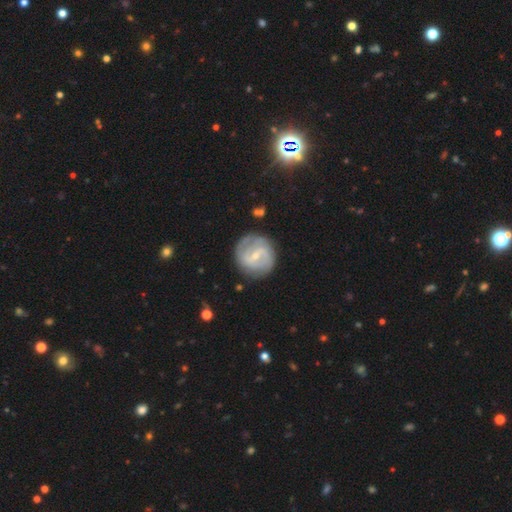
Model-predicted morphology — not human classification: type=featured or disk (73%); edge-on=no (97%); bar=weak (55%); spiral arms=yes (86%); winding=tight (42%); arm count=2 (64%); bulge=small (68%); merging=none (77%).